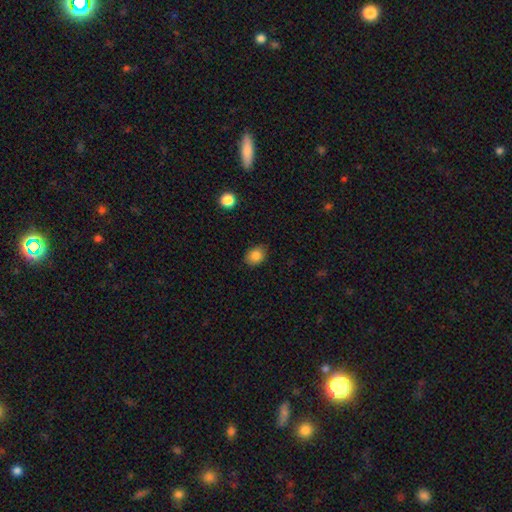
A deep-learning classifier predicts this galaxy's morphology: The model was most divided on "how rounded": in between: 66%, round: 33%, cigar-shaped: 1%. More confident: smooth or featured — smooth (84%); merging — none (78%).